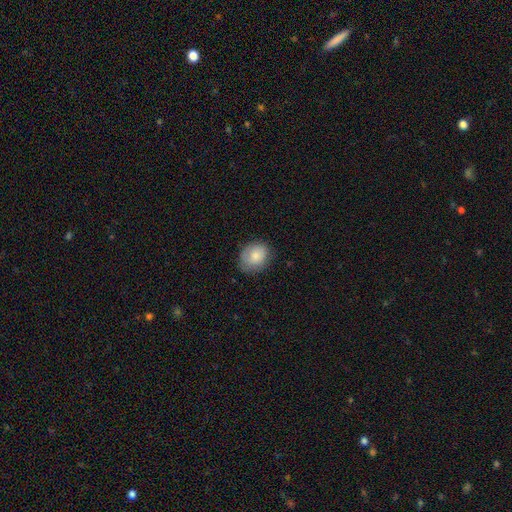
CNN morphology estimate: Smooth or featured: smooth — 81% (featured or disk — 11%)
How rounded: round — 51% (in between — 48%)
Merging: none — 72% (minor disturbance — 22%)